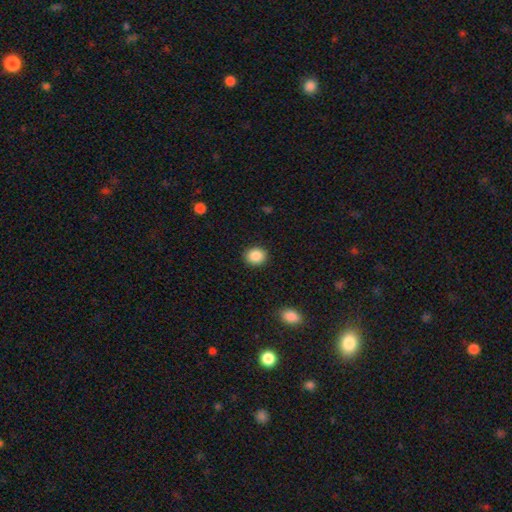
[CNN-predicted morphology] Overall: smooth (87%). How rounded: round (74%). Merging: none (90%).